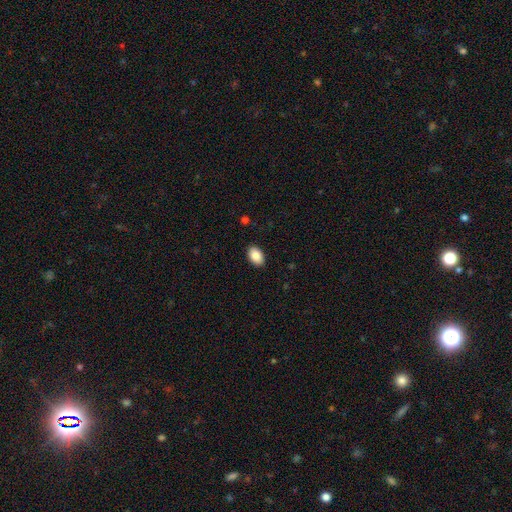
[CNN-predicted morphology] smooth-or-featured: smooth: 89% | star or artifact: 7% | featured or disk: 5%
  how-rounded: in between: 91% | round: 8% | cigar-shaped: 1%
  merging: none: 90% | minor disturbance: 8% | major disturbance: 2% | merger: 1%